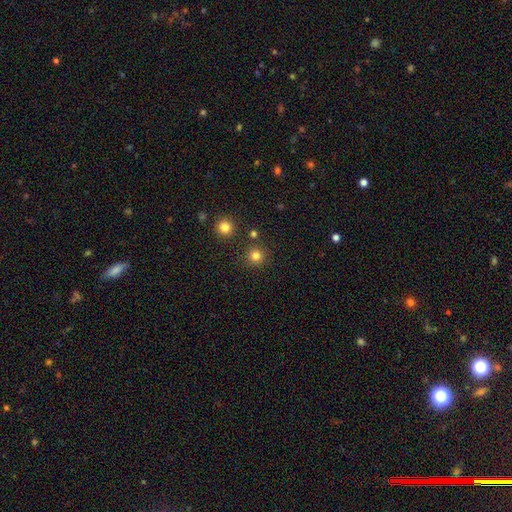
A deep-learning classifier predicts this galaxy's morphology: smooth 80%, star or artifact 15%, featured or disk 5%. Down the decision tree: how rounded — round (95%); merging — none (87%).